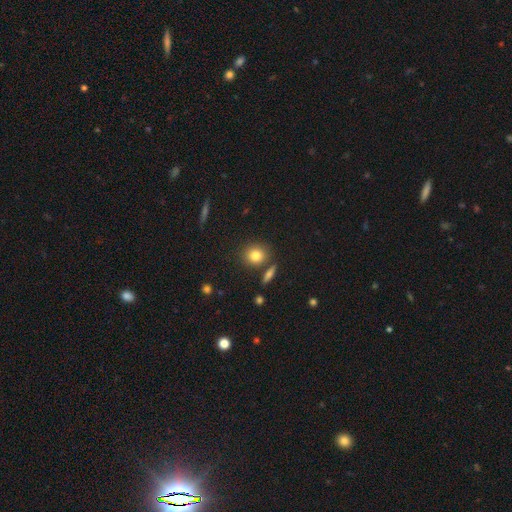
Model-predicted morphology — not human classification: This appears to be a smooth galaxy with no disk features (80%) that is round (73%). Merging: none (79%).